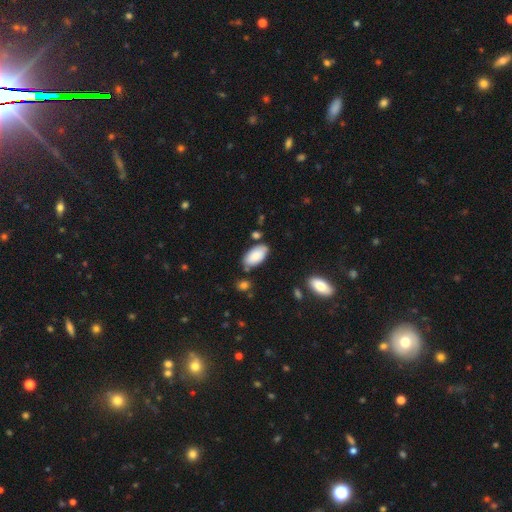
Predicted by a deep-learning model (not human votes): Smooth or featured?
  - smooth: 84% *
  - featured or disk: 10%
  - star or artifact: 6%
How rounded?
  - in between: 95% *
  - cigar-shaped: 3%
  - round: 2%
Merging?
  - none: 75% *
  - minor disturbance: 16%
  - merger: 6%
  - major disturbance: 3%